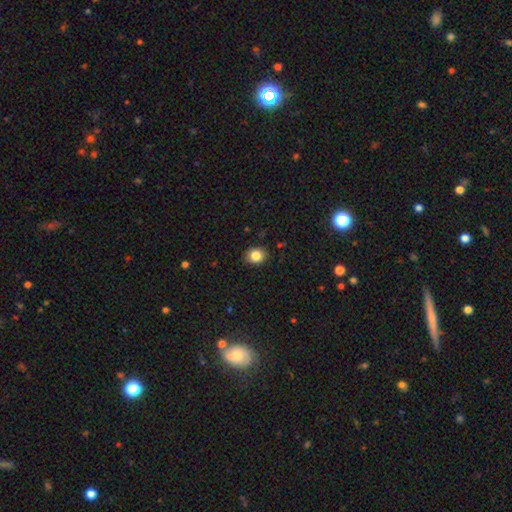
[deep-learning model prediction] The model was most divided on "how rounded": round: 58%, in between: 41%, cigar-shaped: 1%. More confident: merging — none (87%); smooth or featured — smooth (83%).